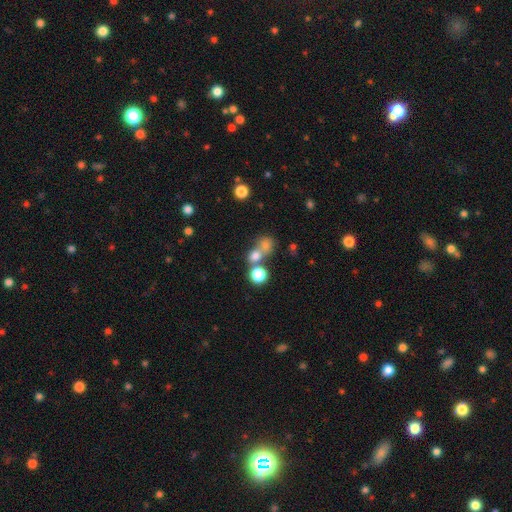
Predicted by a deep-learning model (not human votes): A smooth galaxy with no disk features (70%) that is round (74%). Merging: merger (45%).